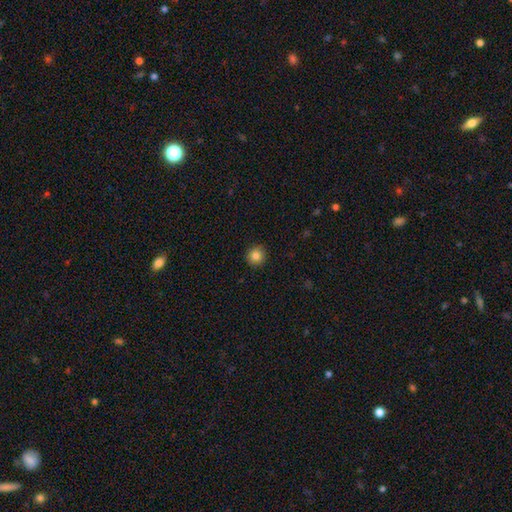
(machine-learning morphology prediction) Smooth or featured?
  - smooth: 84% *
  - star or artifact: 11%
  - featured or disk: 5%
How rounded?
  - round: 93% *
  - in between: 6%
  - cigar-shaped: 1%
Merging?
  - none: 92% *
  - minor disturbance: 5%
  - major disturbance: 2%
  - merger: 1%